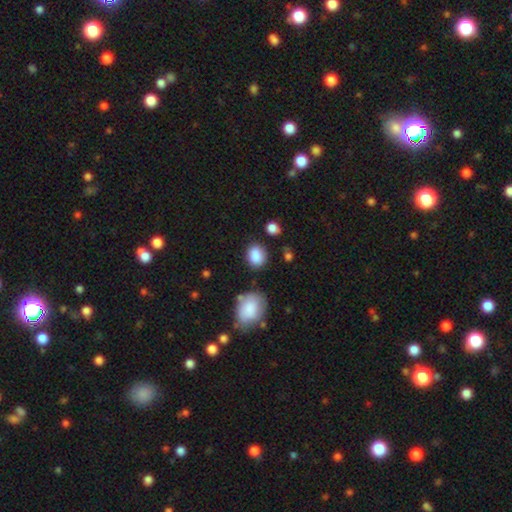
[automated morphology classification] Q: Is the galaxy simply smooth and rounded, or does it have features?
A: smooth — 87%.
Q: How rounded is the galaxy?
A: in between — 58%.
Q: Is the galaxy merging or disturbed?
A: none — 75%.